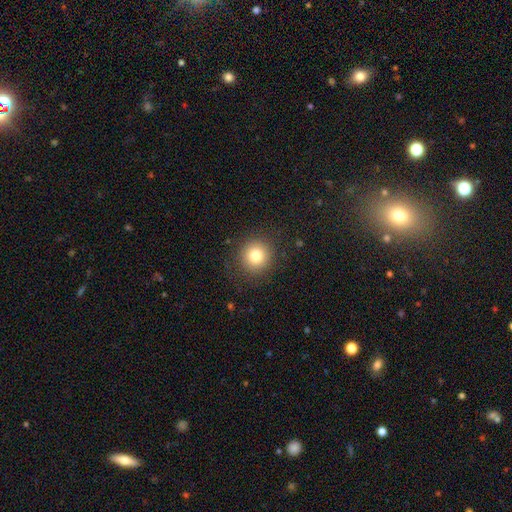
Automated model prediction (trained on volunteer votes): This appears to be a smooth galaxy with no disk features (80%) that is round (91%). Merging: none (88%).